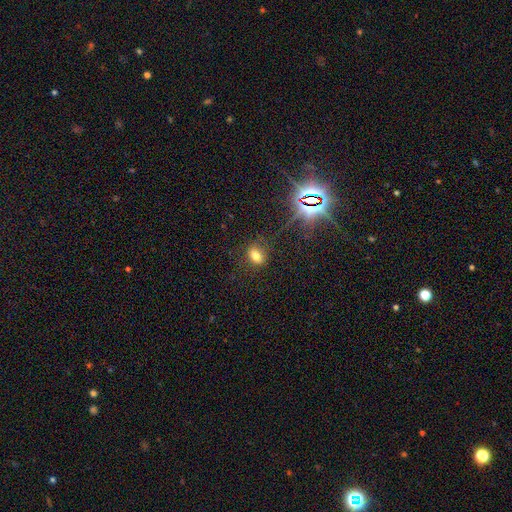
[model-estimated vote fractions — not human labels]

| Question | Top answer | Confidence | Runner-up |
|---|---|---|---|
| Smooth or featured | smooth | 69% | star or artifact (21%) |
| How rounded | in between | 74% | round (24%) |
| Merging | none | 79% | minor disturbance (13%) |